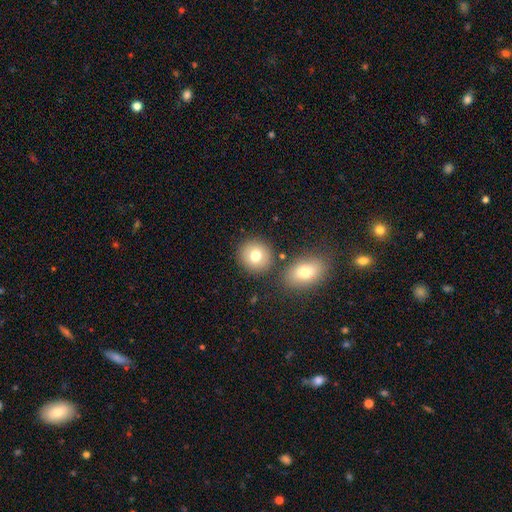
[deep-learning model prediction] Smooth or featured: smooth — 77% (featured or disk — 13%)
How rounded: round — 86% (in between — 13%)
Merging: none — 78% (merger — 11%)